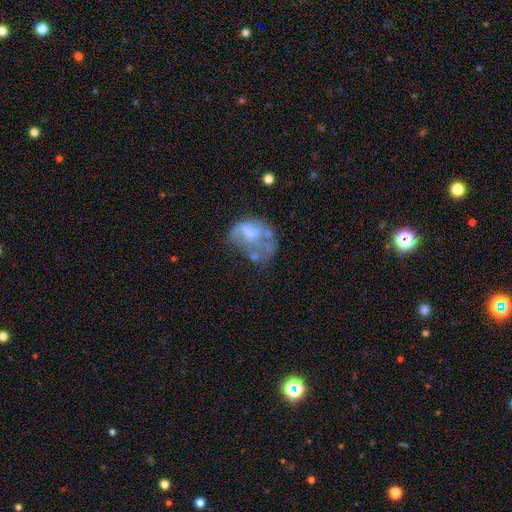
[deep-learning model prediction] Smooth or featured: featured or disk — 56% (smooth — 32%)
Edge-on disk: no — 98% (yes — 2%)
Bar: no — 83% (weak — 14%)
Spiral arms: no — 84% (yes — 16%)
Bulge size: none — 55% (moderate — 22%)
Merging: major disturbance — 35% (none — 28%)